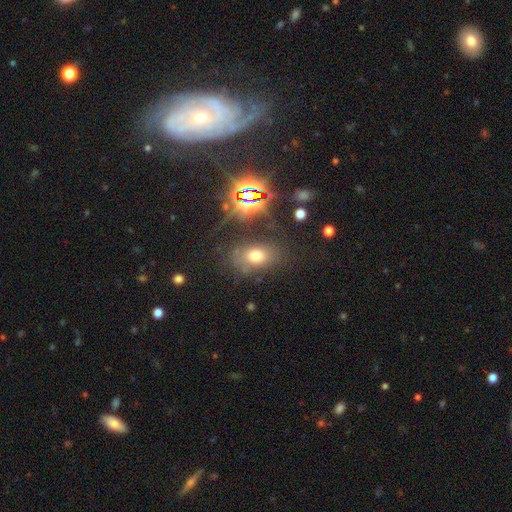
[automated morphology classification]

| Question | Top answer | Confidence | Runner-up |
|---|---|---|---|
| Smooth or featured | smooth | 63% | star or artifact (23%) |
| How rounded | in between | 77% | round (21%) |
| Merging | none | 69% | minor disturbance (17%) |